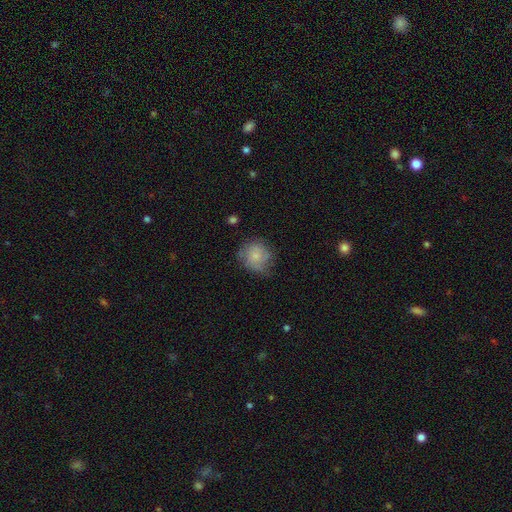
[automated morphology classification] smooth 70%, featured or disk 22%, star or artifact 8%. Down the decision tree: how rounded — round (84%); merging — none (59%).